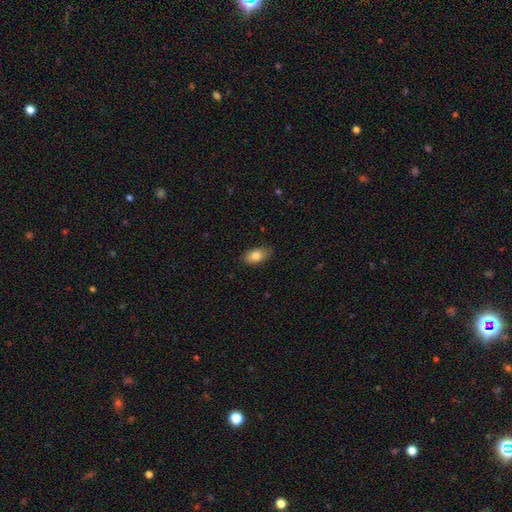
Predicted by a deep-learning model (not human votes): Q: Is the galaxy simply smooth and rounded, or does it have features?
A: smooth — 81%.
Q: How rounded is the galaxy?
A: in between — 90%.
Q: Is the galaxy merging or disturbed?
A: none — 82%.